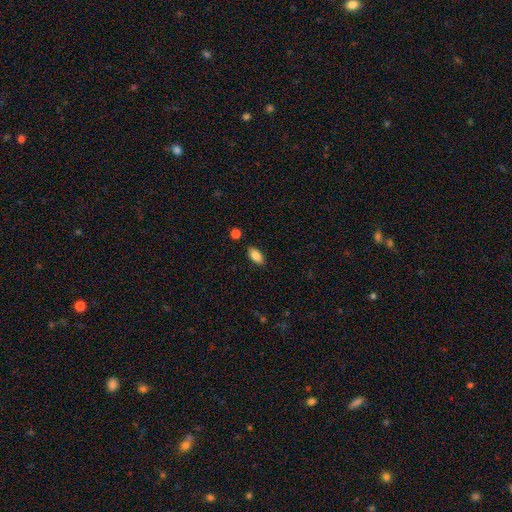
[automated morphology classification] smooth 84%, featured or disk 9%, star or artifact 7%. Down the decision tree: how rounded — in between (90%); merging — none (87%).